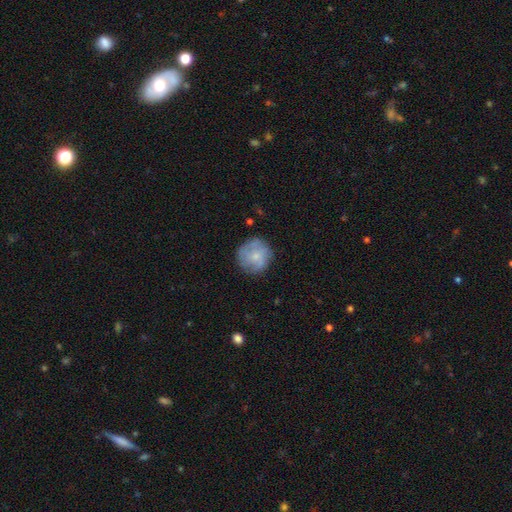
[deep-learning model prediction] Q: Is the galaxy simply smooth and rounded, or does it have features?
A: smooth — 58%.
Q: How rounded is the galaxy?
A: round — 93%.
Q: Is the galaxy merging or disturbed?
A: none — 77%.